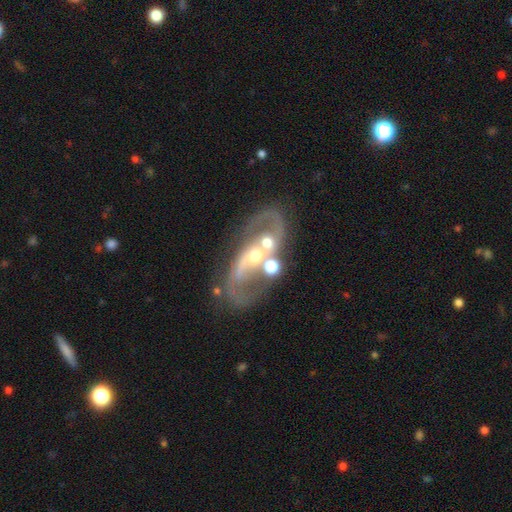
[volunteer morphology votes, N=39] Smooth or featured?
  - featured or disk: 87% *
  - smooth: 10%
  - star or artifact: 3%
Edge-on disk?
  - no: 97% *
  - yes: 3%
Bar?
  - no: 52% *
  - weak: 30%
  - strong: 18%
Spiral arms?
  - yes: 94% *
  - no: 6%
Spiral winding?
  - medium: 48% *
  - loose: 42%
  - tight: 10%
Spiral arm count?
  - 2: 94% *
  - 3: 6%
  - 1: 0%
  - 4: 0%
  - more than 4: 0%
  - can't tell: 0%
Bulge size?
  - moderate: 45% *
  - small: 33%
  - none: 12%
  - large: 9%
  - dominant: 0%
Merging?
  - none: 39% *
  - merger: 32%
  - major disturbance: 16%
  - minor disturbance: 13%